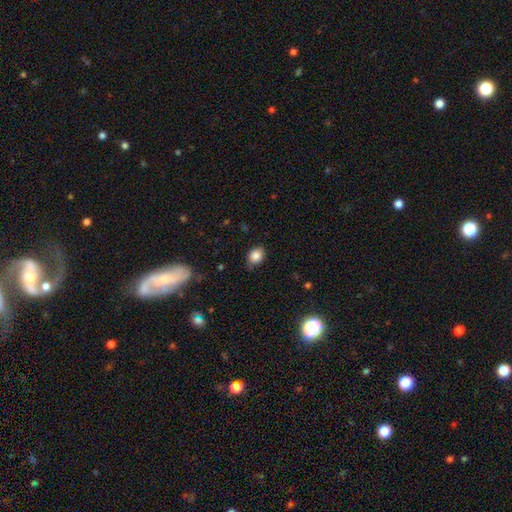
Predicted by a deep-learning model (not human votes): This appears to be a smooth galaxy with no disk features (85%) that is in between round and cigar-shaped (58%). Merging: none (76%).